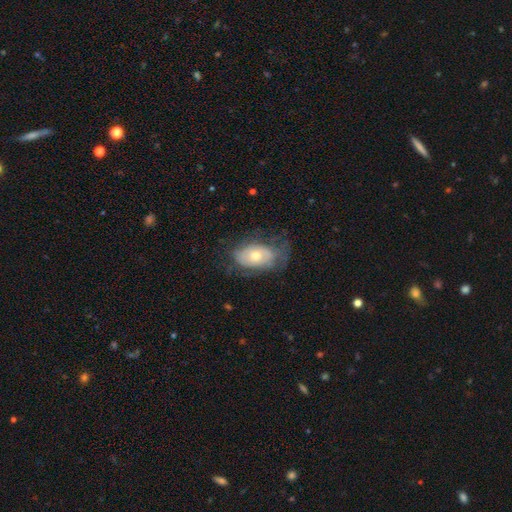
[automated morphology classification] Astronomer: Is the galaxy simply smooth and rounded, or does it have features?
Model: smooth — 47% (runner-up: featured or disk, 46%).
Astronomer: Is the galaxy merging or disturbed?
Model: none — 50% (runner-up: minor disturbance, 29%).